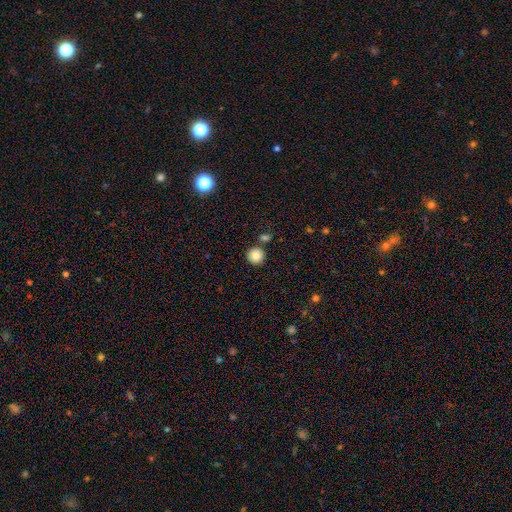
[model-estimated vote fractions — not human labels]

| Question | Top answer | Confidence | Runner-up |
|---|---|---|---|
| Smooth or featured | smooth | 85% | star or artifact (10%) |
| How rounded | round | 95% | in between (4%) |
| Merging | none | 83% | merger (8%) |